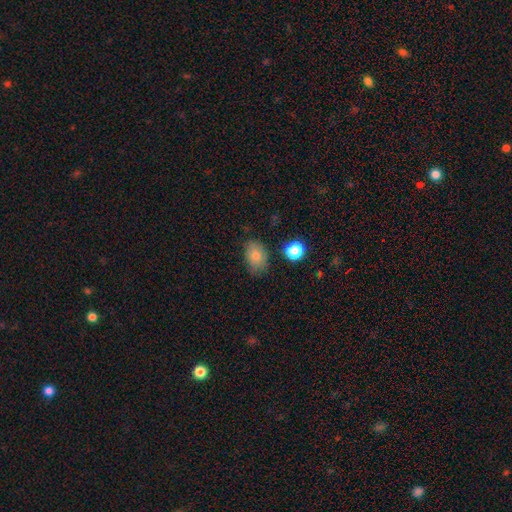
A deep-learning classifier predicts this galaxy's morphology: This is likely a smooth galaxy (79%). How rounded: clearly in between (82%). Merging: likely none (75%).